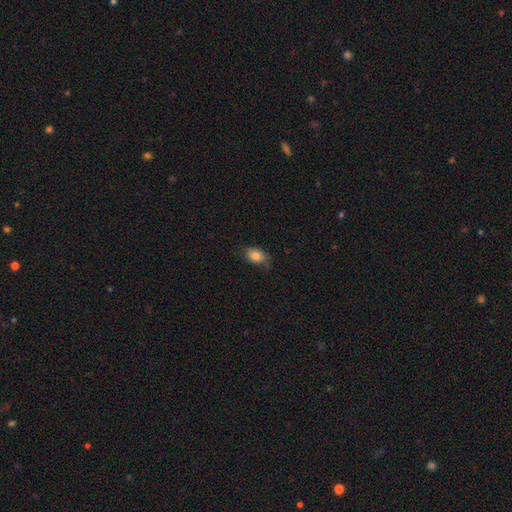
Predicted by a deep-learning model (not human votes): smooth-or-featured: smooth: 81% | featured or disk: 11% | star or artifact: 8%
  how-rounded: in between: 83% | round: 15% | cigar-shaped: 2%
  merging: none: 65% | minor disturbance: 27% | major disturbance: 7% | merger: 1%